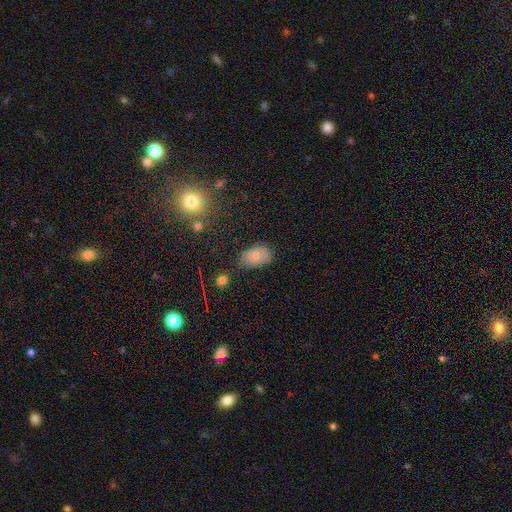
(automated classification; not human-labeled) Smooth or featured: smooth — 73% (featured or disk — 17%)
How rounded: in between — 89% (round — 10%)
Merging: none — 71% (minor disturbance — 21%)